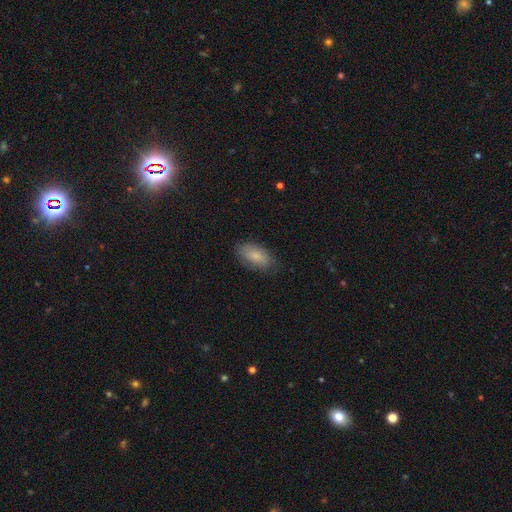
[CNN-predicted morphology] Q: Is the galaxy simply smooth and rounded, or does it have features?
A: smooth — 79%.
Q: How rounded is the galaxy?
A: in between — 93%.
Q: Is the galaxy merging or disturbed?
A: none — 76%.